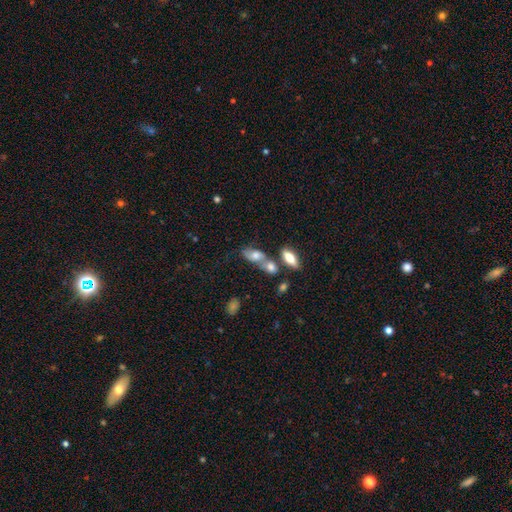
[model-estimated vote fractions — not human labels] Smooth or featured? Predicted: smooth (p=0.54). How rounded? Predicted: in between (p=0.79). Merging? Predicted: none (p=0.38).